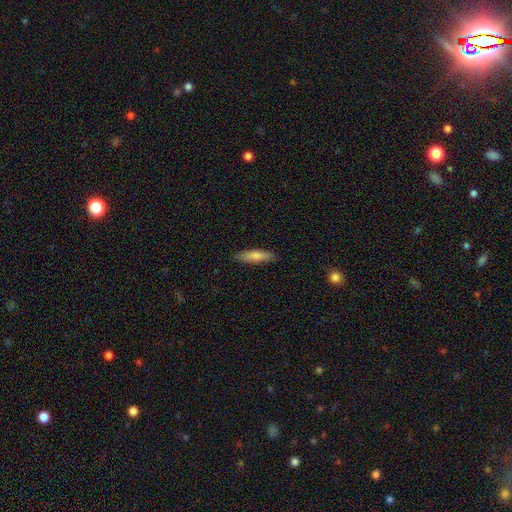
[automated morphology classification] Smooth or featured?
  - smooth: 76% *
  - featured or disk: 19%
  - star or artifact: 6%
How rounded?
  - cigar-shaped: 71% *
  - in between: 28%
  - round: 2%
Merging?
  - none: 86% *
  - minor disturbance: 11%
  - major disturbance: 2%
  - merger: 1%